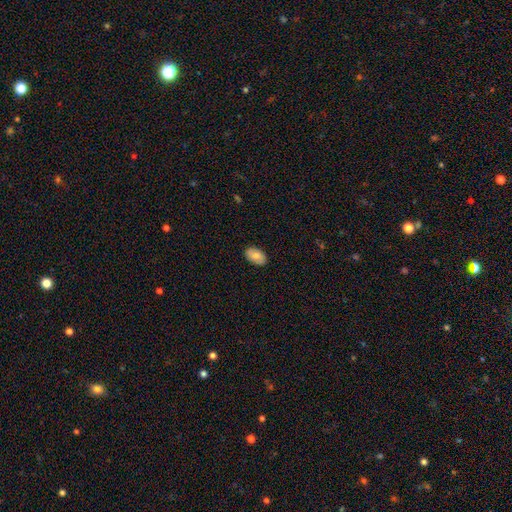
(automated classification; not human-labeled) A smooth galaxy with no disk features (78%) that is in between round and cigar-shaped (93%). Merging: none (88%).